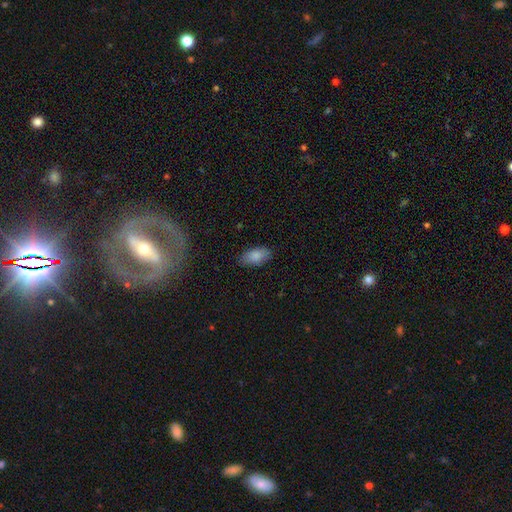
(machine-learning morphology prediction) Smooth or featured? smooth (85%)
How rounded? in between (91%)
Merging? none (83%)